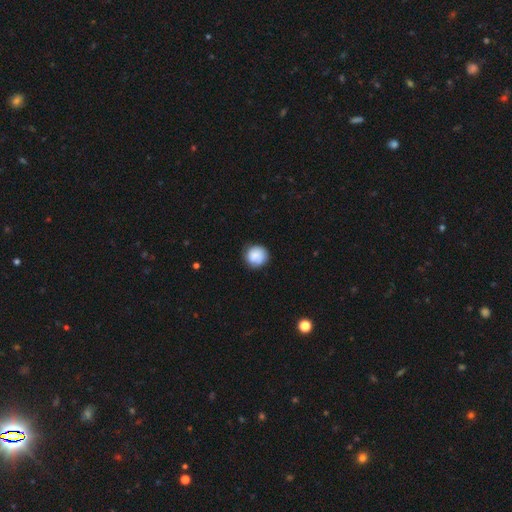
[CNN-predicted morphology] smooth_or_featured: smooth (p=0.80) [alt: featured or disk p=0.12]
how_rounded: round (p=0.91) [alt: in between p=0.08]
merging: none (p=0.77) [alt: minor disturbance p=0.17]